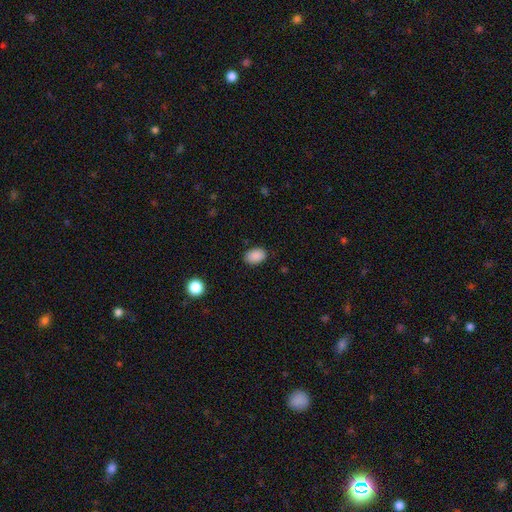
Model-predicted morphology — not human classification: Smooth or featured? smooth (89%)
How rounded? in between (84%)
Merging? none (86%)